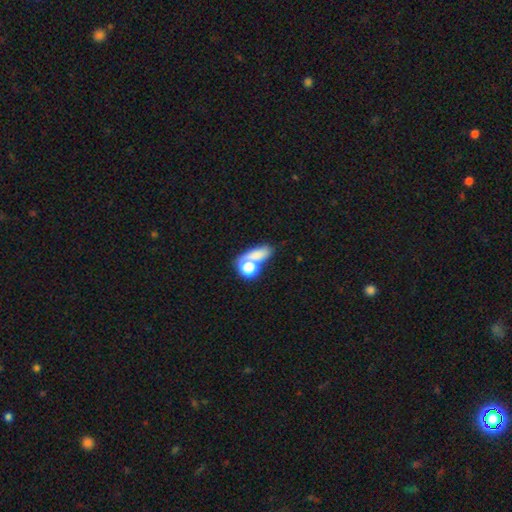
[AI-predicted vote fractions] A smooth galaxy with no disk features (68%) that is in between round and cigar-shaped (53%). Merging: merger (39%).